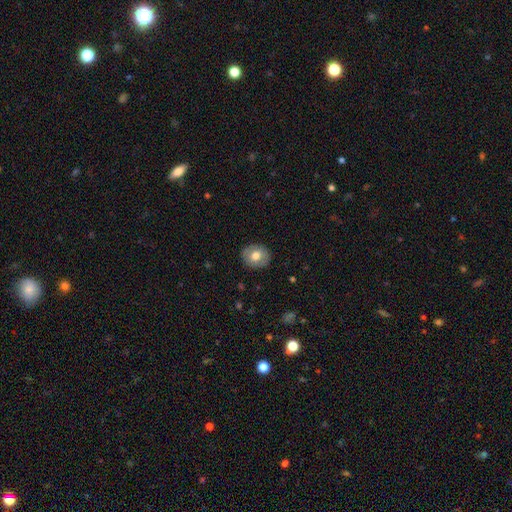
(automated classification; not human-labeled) A smooth galaxy with no disk features (68%) that is round (70%).

Vote fractions:
- Smooth or featured? smooth: 68% / featured or disk: 25% / star or artifact: 7%
- How rounded? round: 70% / in between: 29% / cigar-shaped: 1%
- Merging? none: 87% / minor disturbance: 10% / major disturbance: 3% / merger: 1%